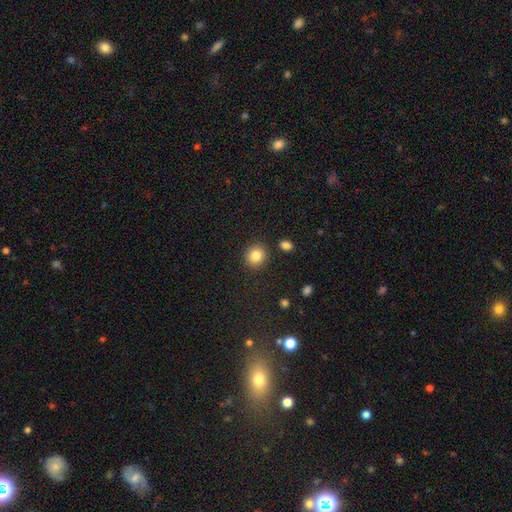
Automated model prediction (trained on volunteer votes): Morphology: type=smooth (84%); roundness=round (86%); merging=none (88%).